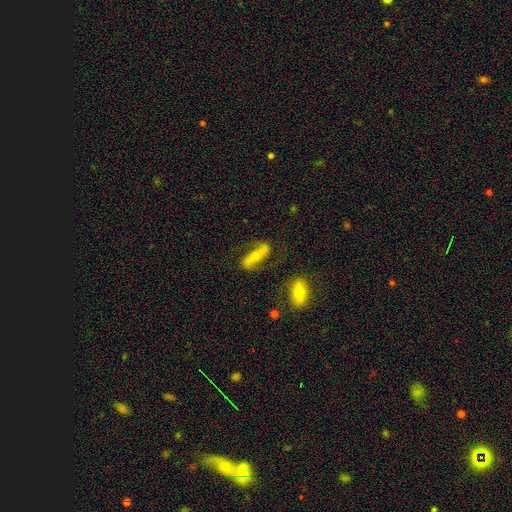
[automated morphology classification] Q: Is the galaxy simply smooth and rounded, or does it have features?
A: featured or disk — 68%.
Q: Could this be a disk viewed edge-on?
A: no — 79%.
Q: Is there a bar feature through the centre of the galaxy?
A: strong — 52%.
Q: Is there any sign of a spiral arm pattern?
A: yes — 85%.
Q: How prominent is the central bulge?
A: small — 55%.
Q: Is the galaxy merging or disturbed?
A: none — 72%.